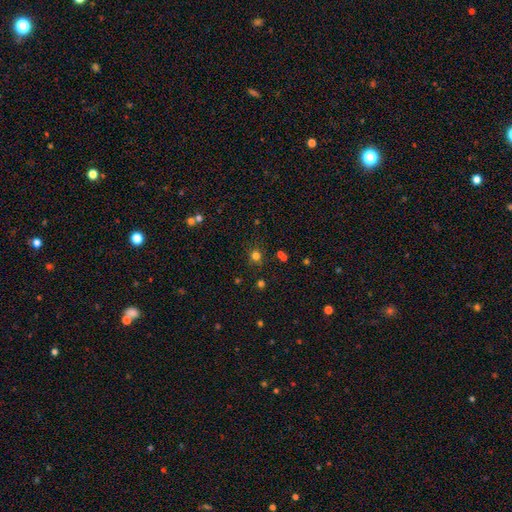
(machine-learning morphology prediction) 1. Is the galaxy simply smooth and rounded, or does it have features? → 73% smooth, 22% star or artifact, 6% featured or disk.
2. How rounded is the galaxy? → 87% round, 12% in between, 1% cigar-shaped.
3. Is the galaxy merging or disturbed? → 82% none, 10% minor disturbance, 5% merger, 4% major disturbance.